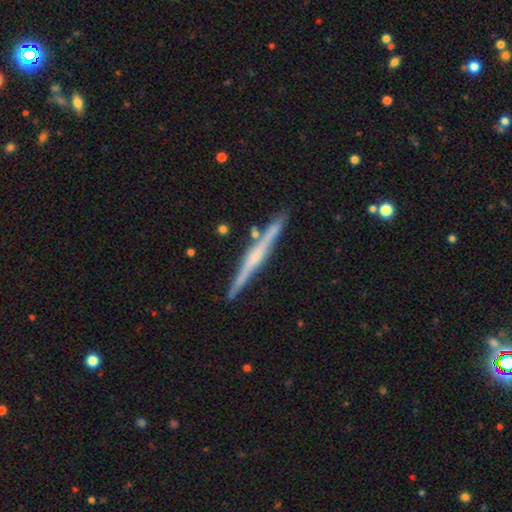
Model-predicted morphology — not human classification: Q: Smooth or featured?
A: featured or disk (73%); runner-up: smooth (22%)
Q: Edge-on disk?
A: yes (98%); runner-up: no (2%)
Q: Edge-on bulge?
A: rounded (47%); runner-up: none (36%)
Q: Merging?
A: none (88%); runner-up: minor disturbance (8%)